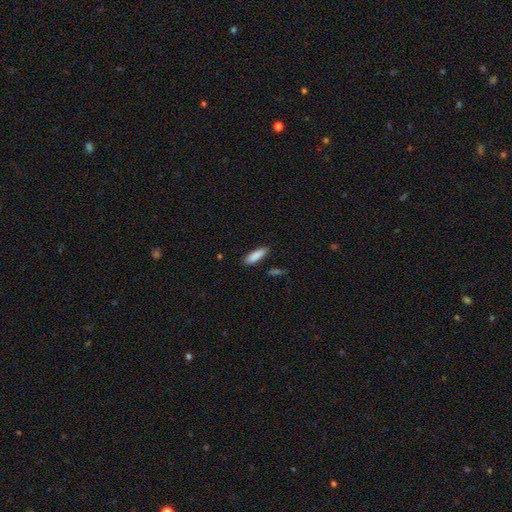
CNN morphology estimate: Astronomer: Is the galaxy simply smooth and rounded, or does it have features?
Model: smooth — 88%.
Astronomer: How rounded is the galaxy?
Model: in between — 49%, tied with cigar-shaped at 49%.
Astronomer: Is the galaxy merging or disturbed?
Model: none — 85%.